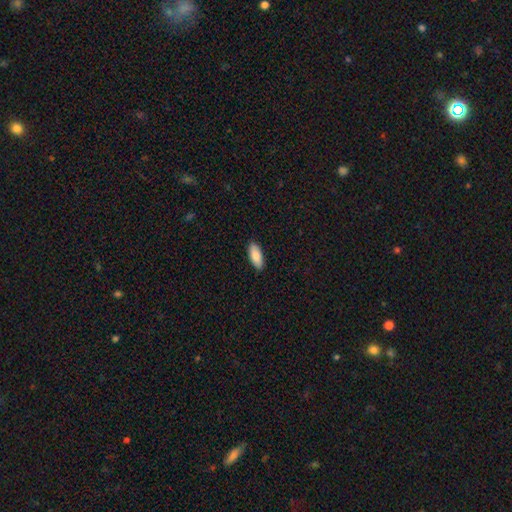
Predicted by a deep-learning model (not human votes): smooth 87%, featured or disk 7%, star or artifact 6%. Down the decision tree: how rounded — in between (83%); merging — none (89%).